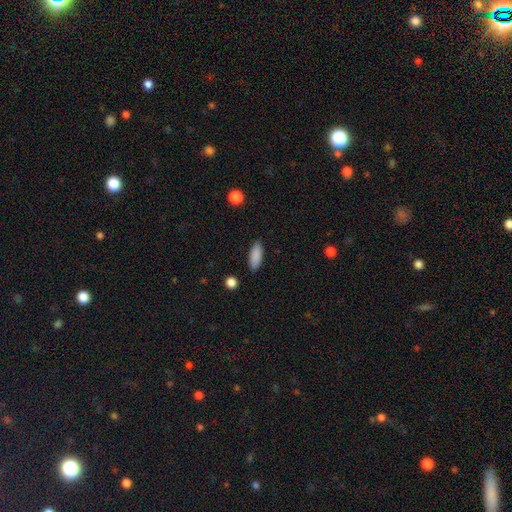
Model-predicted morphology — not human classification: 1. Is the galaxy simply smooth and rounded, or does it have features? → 88% smooth, 7% star or artifact, 5% featured or disk.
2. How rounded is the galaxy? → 75% in between, 23% cigar-shaped, 2% round.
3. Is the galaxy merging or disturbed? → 87% none, 9% minor disturbance, 2% major disturbance, 1% merger.